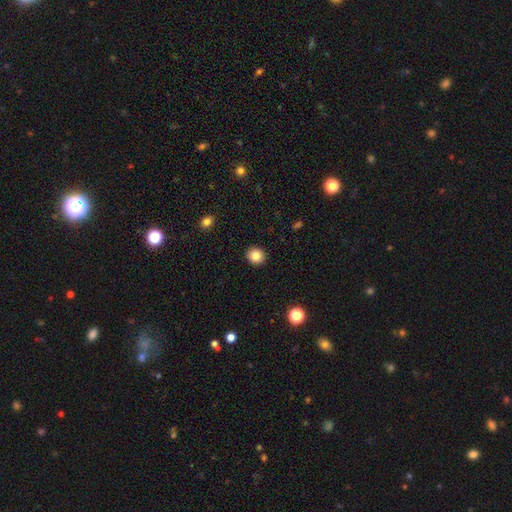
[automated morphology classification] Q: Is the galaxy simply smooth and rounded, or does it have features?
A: smooth — 83%.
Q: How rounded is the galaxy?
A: round — 88%.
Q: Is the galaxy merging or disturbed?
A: none — 93%.